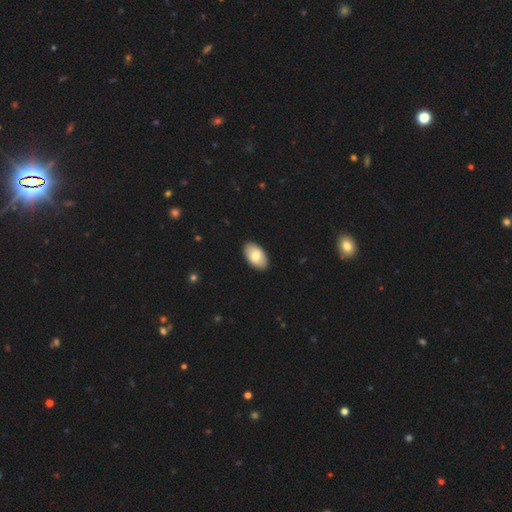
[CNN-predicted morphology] Smooth or featured?
  - smooth: 77% *
  - featured or disk: 17%
  - star or artifact: 6%
How rounded?
  - in between: 95% *
  - round: 4%
  - cigar-shaped: 1%
Merging?
  - none: 90% *
  - minor disturbance: 8%
  - major disturbance: 2%
  - merger: 1%